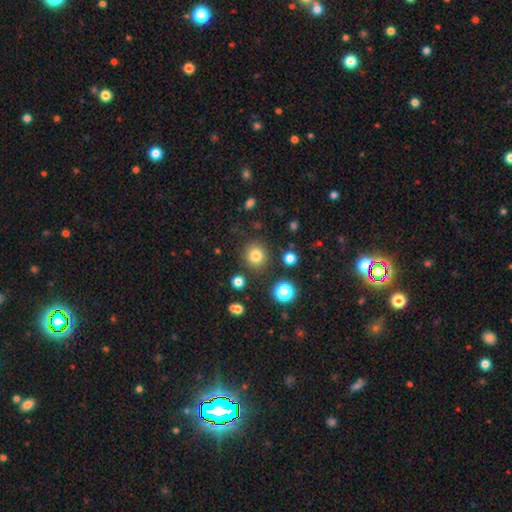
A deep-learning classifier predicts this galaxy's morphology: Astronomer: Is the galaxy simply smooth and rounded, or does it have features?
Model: smooth — 80%.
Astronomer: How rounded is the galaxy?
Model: round — 89%.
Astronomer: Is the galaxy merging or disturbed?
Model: none — 85%.